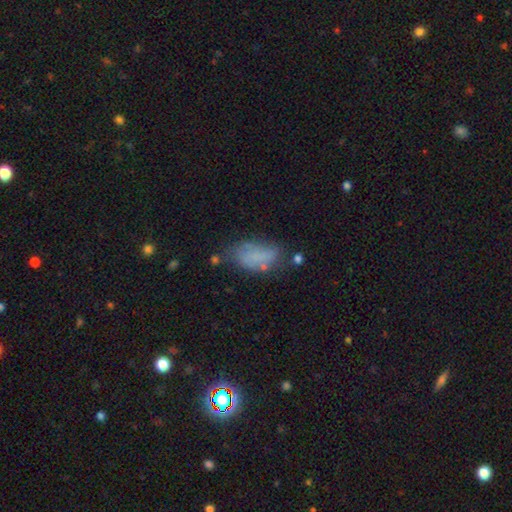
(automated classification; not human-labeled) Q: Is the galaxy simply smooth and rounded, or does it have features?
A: smooth — 66%.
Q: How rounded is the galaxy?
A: in between — 85%.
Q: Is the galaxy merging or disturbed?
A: none — 50%.